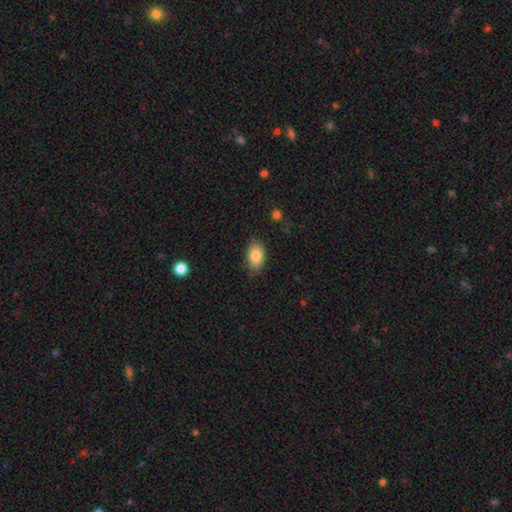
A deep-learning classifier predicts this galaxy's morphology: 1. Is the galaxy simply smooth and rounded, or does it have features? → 85% smooth, 7% featured or disk, 7% star or artifact.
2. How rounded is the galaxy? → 91% in between, 7% round, 2% cigar-shaped.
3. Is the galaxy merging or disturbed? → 82% none, 14% minor disturbance, 3% major disturbance, 1% merger.